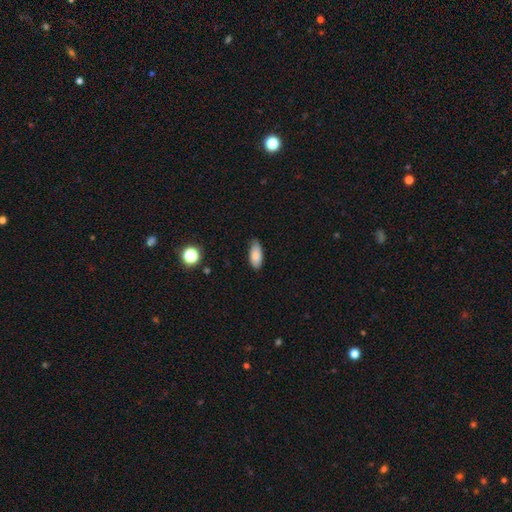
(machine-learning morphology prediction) type=smooth (85%); roundness=in between (88%); merging=none (81%).